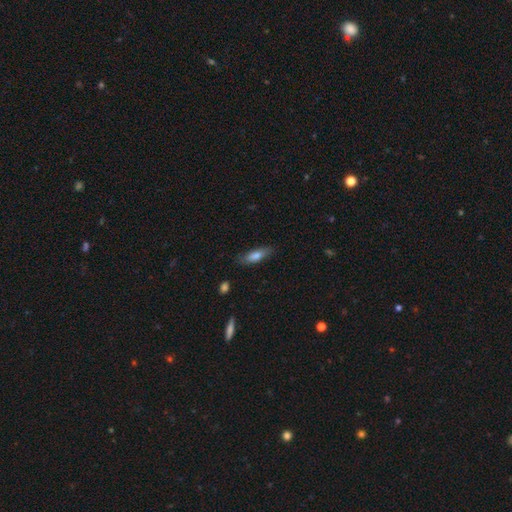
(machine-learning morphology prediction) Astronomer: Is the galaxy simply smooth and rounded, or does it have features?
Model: smooth — 76%.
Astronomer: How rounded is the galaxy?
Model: in between — 52% (runner-up: cigar-shaped, 46%).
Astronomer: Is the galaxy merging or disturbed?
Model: none — 77%.